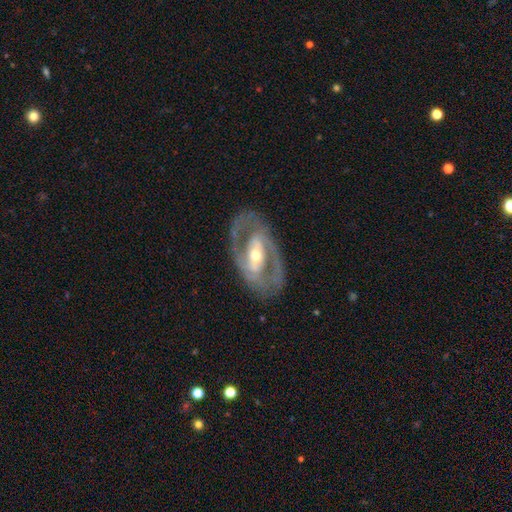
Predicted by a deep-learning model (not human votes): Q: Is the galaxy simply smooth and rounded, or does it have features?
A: featured or disk — 87%.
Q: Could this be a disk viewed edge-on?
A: no — 94%.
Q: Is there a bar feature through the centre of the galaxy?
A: strong — 48%.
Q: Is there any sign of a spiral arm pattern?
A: yes — 85%.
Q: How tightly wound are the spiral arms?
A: medium — 50%.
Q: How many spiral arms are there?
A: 2 — 86%.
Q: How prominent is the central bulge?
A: moderate — 61%.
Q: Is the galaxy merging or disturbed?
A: none — 78%.